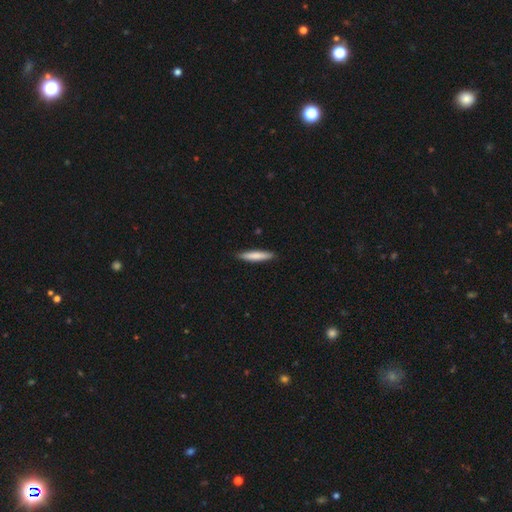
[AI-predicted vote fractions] Smooth or featured? Predicted: smooth (p=0.78). How rounded? Predicted: cigar-shaped (p=0.91). Merging? Predicted: none (p=0.90).